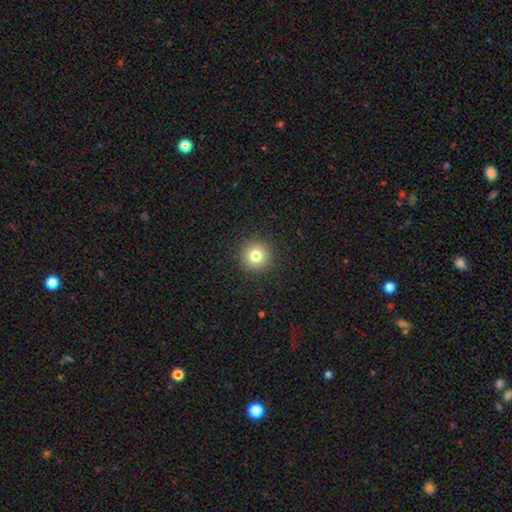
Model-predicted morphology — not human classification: smooth 78%, star or artifact 12%, featured or disk 9%. Down the decision tree: how rounded — round (96%); merging — none (92%).